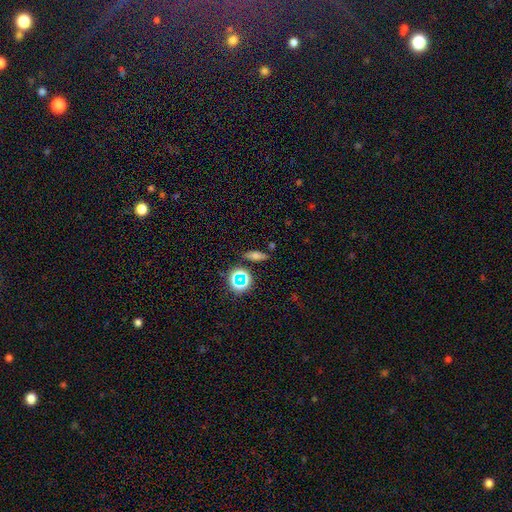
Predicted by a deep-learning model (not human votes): Smooth or featured: smooth — 61% (star or artifact — 21%)
How rounded: in between — 56% (cigar-shaped — 32%)
Merging: none — 81% (minor disturbance — 11%)